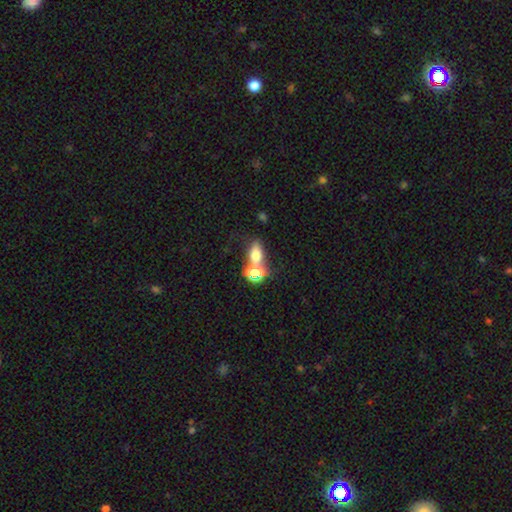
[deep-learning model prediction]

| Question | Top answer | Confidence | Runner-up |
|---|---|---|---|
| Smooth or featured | smooth | 67% | star or artifact (18%) |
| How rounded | in between | 70% | round (25%) |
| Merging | merger | 45% | none (36%) |